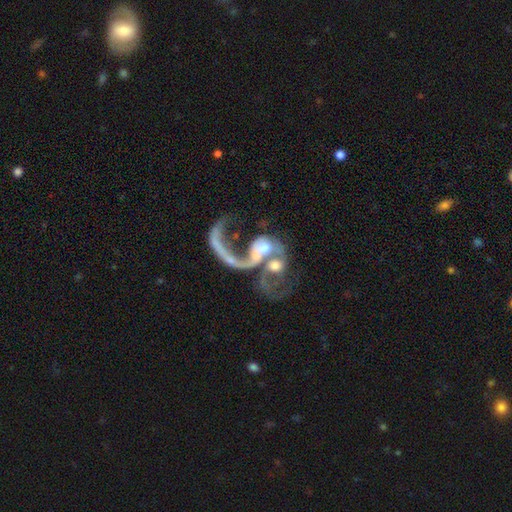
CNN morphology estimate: The model was most divided on "bulge size": moderate: 41%, small: 24%, none: 18%, large: 13%, dominant: 4%. More confident: edge-on disk — no (96%); smooth or featured — featured or disk (73%); spiral arms — yes (69%); merging — merger (68%); bar — no (68%).